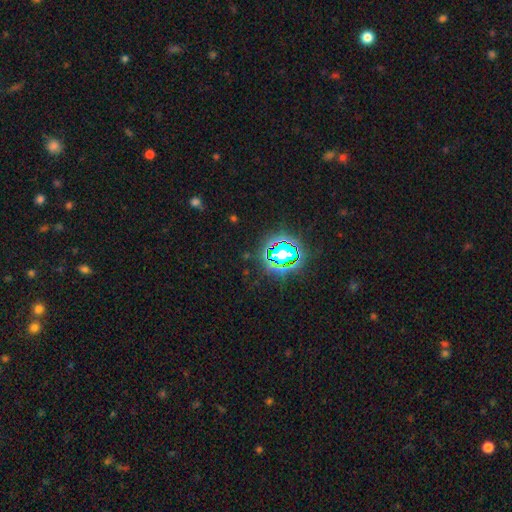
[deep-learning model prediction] This is likely a star or artifact rather than a galaxy (76%).